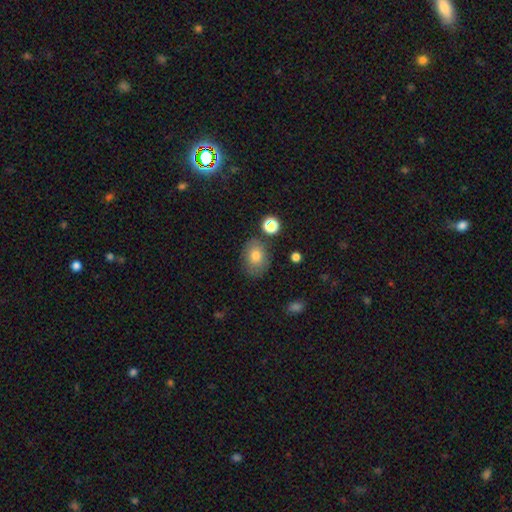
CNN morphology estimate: A smooth galaxy with no disk features (76%) that is in between round and cigar-shaped (62%). Merging: none (75%).